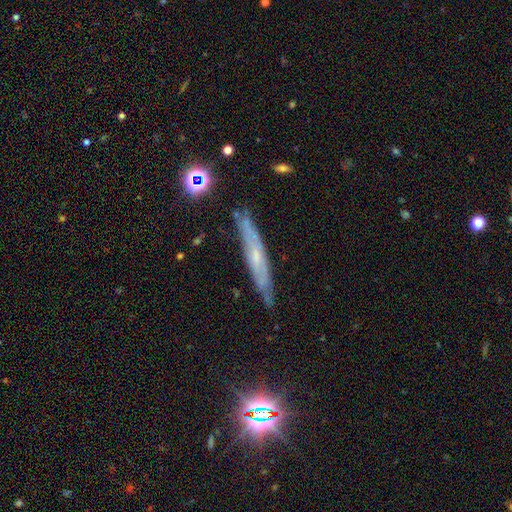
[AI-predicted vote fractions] A featured or disk galaxy (60%) viewed edge-on (75%). Merging: none (78%).